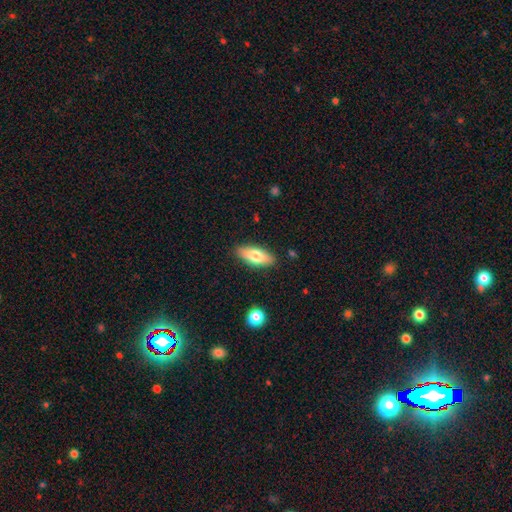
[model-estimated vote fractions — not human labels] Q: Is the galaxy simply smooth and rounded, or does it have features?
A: smooth — 73%.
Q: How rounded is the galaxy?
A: in between — 78%.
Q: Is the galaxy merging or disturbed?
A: none — 86%.